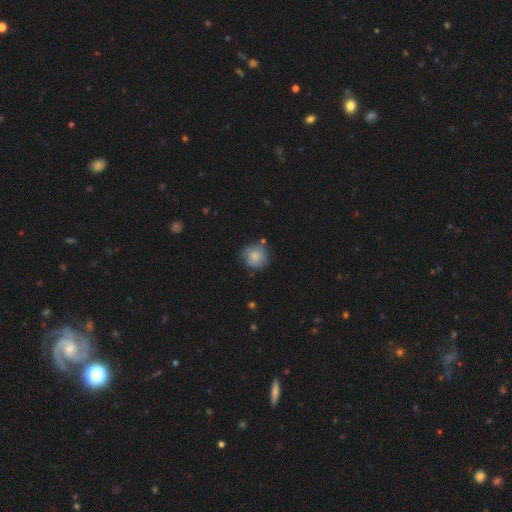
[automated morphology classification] A smooth galaxy with no disk features (77%) that is round (89%). Merging: none (69%).